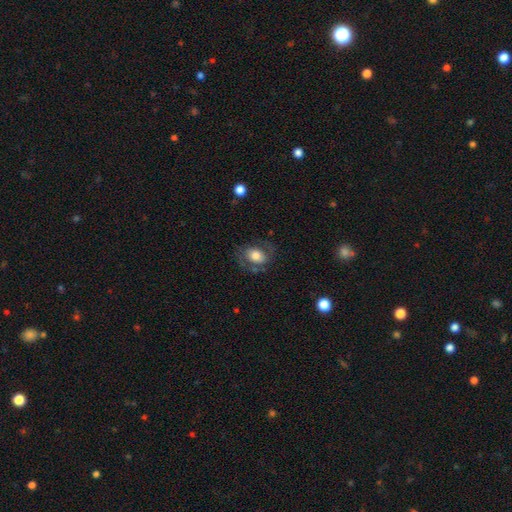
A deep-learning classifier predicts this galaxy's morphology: This is possibly a smooth galaxy (59%). How rounded: likely in between (64%). Merging: likely none (62%).